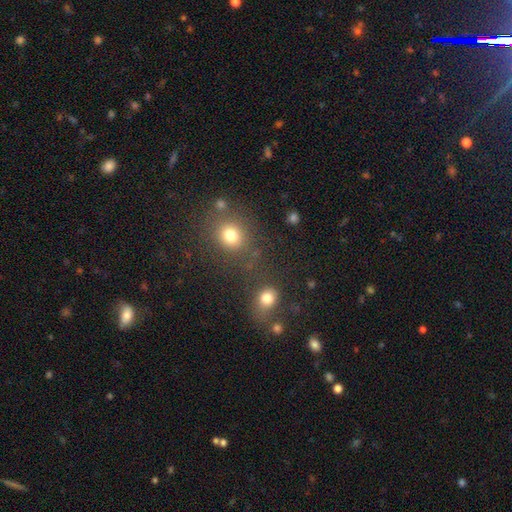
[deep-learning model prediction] Smooth or featured? Predicted: smooth (p=0.56). How rounded? Predicted: round (p=0.84). Merging? Predicted: none (p=0.57).